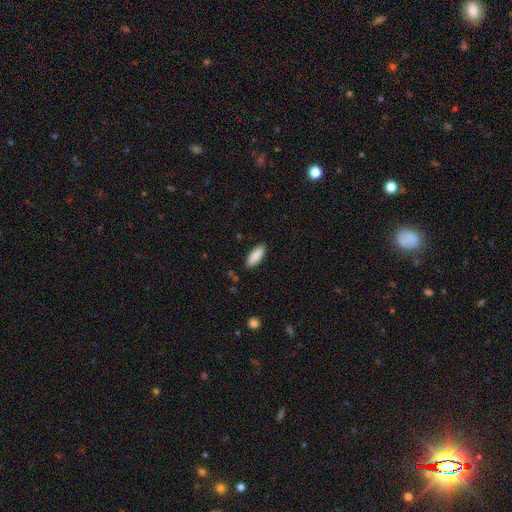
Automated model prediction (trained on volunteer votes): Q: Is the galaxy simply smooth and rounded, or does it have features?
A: smooth — 89%.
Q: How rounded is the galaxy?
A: in between — 68%.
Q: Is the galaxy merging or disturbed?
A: none — 88%.